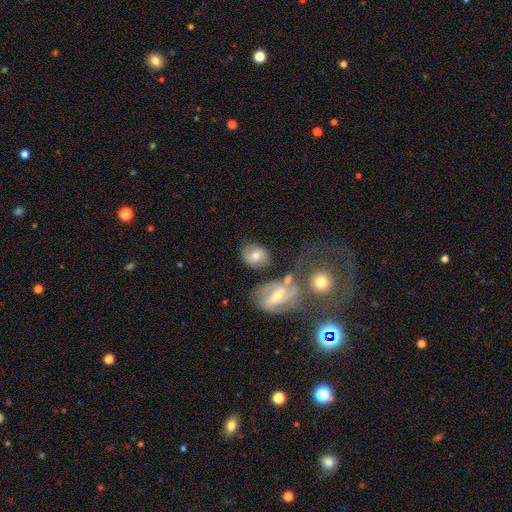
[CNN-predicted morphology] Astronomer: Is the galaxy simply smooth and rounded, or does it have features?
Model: smooth — 52% (runner-up: featured or disk, 39%).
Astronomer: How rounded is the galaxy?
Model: round — 53% (runner-up: in between, 45%).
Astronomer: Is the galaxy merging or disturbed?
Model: none — 63%.